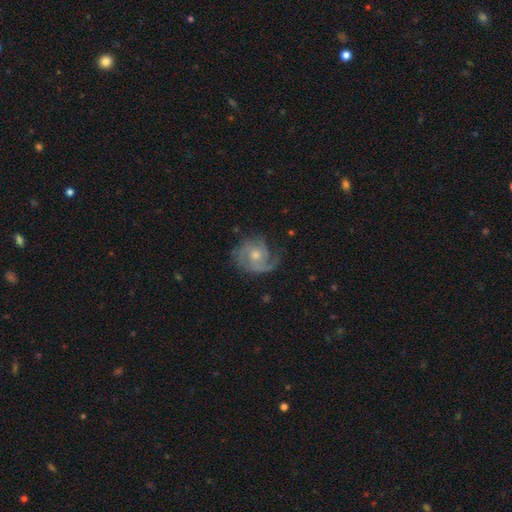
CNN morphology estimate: Smooth or featured?
  - featured or disk: 80% *
  - smooth: 14%
  - star or artifact: 6%
Edge-on disk?
  - no: 98% *
  - yes: 2%
Bar?
  - no: 74% *
  - weak: 23%
  - strong: 3%
Spiral arms?
  - yes: 94% *
  - no: 6%
Spiral winding?
  - tight: 45% *
  - medium: 40%
  - loose: 15%
Spiral arm count?
  - 2: 43% *
  - can't tell: 18%
  - 3: 17%
  - 1: 15%
  - 4: 4%
  - more than 4: 3%
Bulge size?
  - moderate: 62% *
  - small: 32%
  - large: 4%
  - none: 2%
  - dominant: 1%
Merging?
  - none: 62% *
  - minor disturbance: 23%
  - major disturbance: 14%
  - merger: 2%